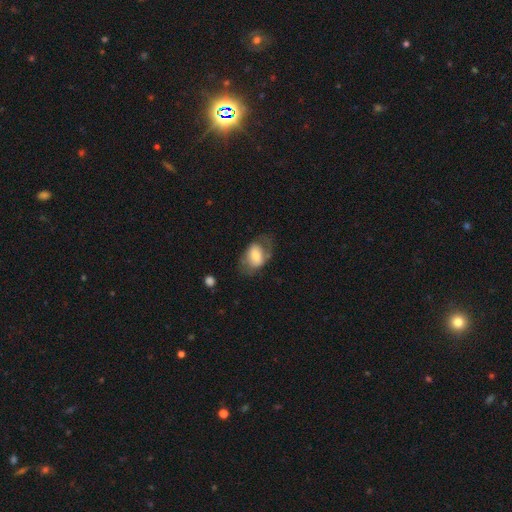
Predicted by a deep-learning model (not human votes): This appears to be a smooth galaxy with no disk features (57%) that is in between round and cigar-shaped (83%). Merging: none (51%).